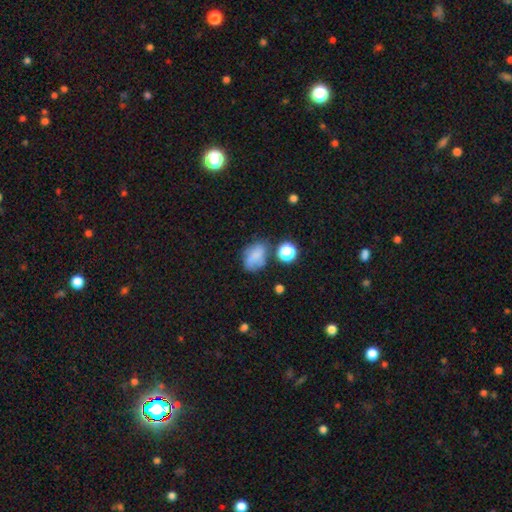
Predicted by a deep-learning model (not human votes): Morphology: type=smooth (65%); roundness=in between (70%); merging=none (49%).